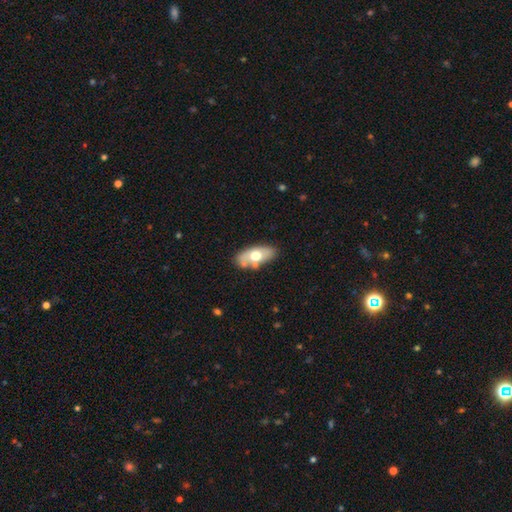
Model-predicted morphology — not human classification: Smooth or featured?
  - smooth: 60% *
  - featured or disk: 34%
  - star or artifact: 6%
How rounded?
  - in between: 88% *
  - cigar-shaped: 7%
  - round: 4%
Merging?
  - none: 71% *
  - minor disturbance: 16%
  - merger: 8%
  - major disturbance: 4%